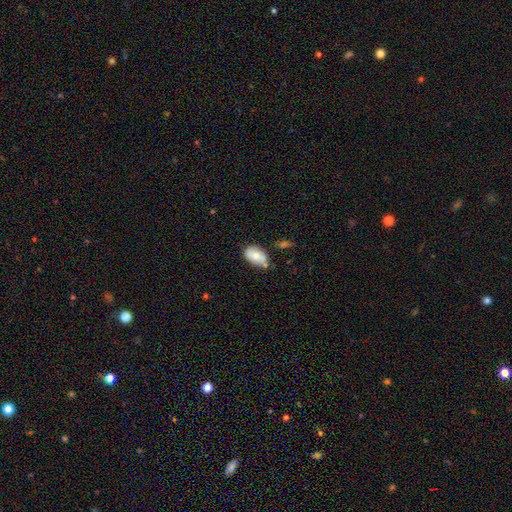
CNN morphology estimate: Overall: smooth (72%). How rounded: in between (90%). Merging: none (61%; minor disturbance 26%).